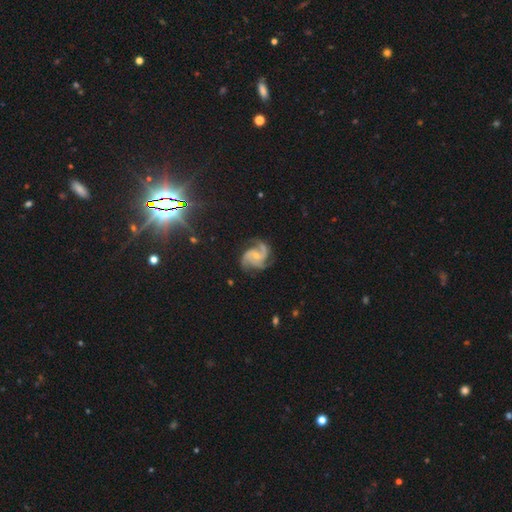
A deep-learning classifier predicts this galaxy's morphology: Smooth or featured: featured or disk — 91% (star or artifact — 5%)
Edge-on disk: no — 98% (yes — 2%)
Bar: no — 59% (weak — 32%)
Spiral arms: yes — 98% (no — 2%)
Spiral winding: medium — 58% (tight — 30%)
Spiral arm count: 3 — 69% (2 — 12%)
Bulge size: small — 65% (moderate — 29%)
Merging: none — 71% (minor disturbance — 19%)